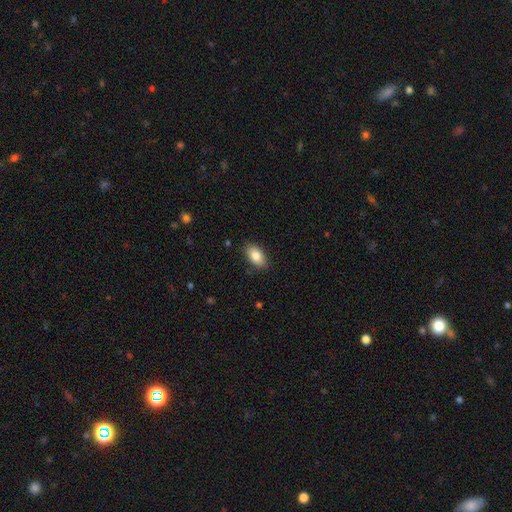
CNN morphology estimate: This is clearly a smooth galaxy (85%). How rounded: clearly in between (92%). Merging: clearly none (86%).